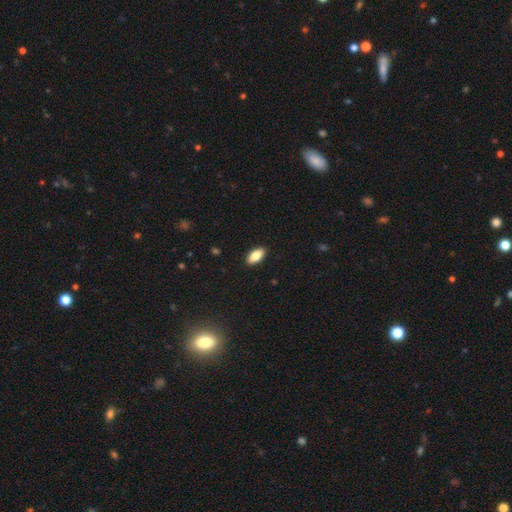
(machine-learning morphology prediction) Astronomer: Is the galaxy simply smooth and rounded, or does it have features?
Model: smooth — 83%.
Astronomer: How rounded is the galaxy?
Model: in between — 90%.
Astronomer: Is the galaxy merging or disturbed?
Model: none — 90%.